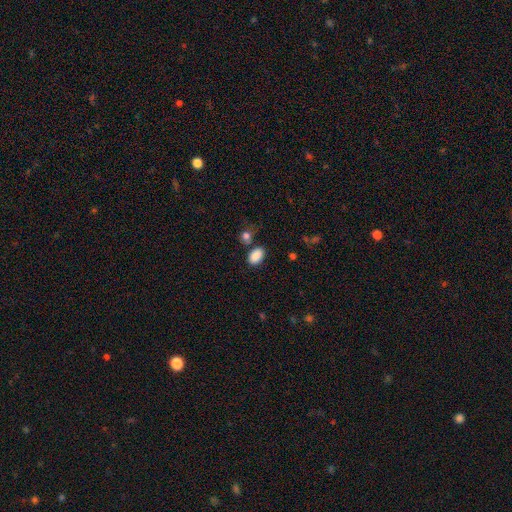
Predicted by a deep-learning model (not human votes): Smooth or featured? Predicted: smooth (p=0.88). How rounded? Predicted: in between (p=0.88). Merging? Predicted: none (p=0.72).